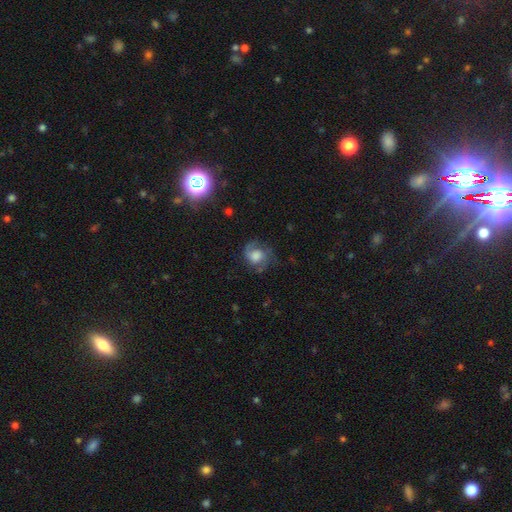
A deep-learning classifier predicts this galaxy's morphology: Smooth or featured?
  - featured or disk: 65% *
  - smooth: 26%
  - star or artifact: 9%
Edge-on disk?
  - no: 98% *
  - yes: 2%
Bar?
  - no: 67% *
  - weak: 29%
  - strong: 4%
Spiral arms?
  - yes: 91% *
  - no: 9%
Spiral winding?
  - medium: 47% *
  - tight: 30%
  - loose: 23%
Spiral arm count?
  - 2: 60% *
  - can't tell: 14%
  - 1: 12%
  - 3: 9%
  - 4: 3%
  - more than 4: 2%
Bulge size?
  - large: 42% *
  - moderate: 31%
  - none: 11%
  - small: 10%
  - dominant: 6%
Merging?
  - none: 63% *
  - minor disturbance: 20%
  - major disturbance: 15%
  - merger: 2%